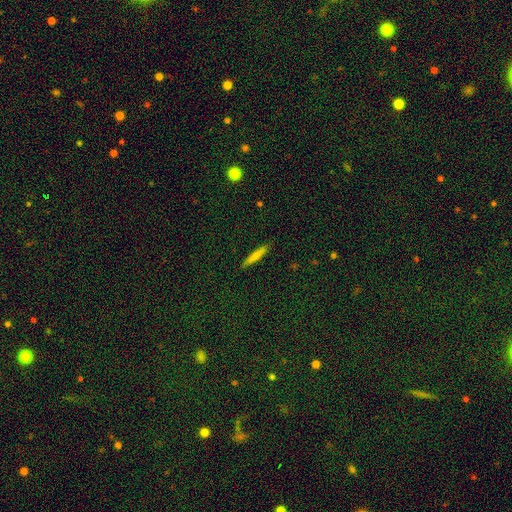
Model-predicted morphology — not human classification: Smooth or featured?
  - smooth: 68% *
  - featured or disk: 23%
  - star or artifact: 9%
How rounded?
  - cigar-shaped: 92% *
  - in between: 6%
  - round: 2%
Merging?
  - none: 89% *
  - minor disturbance: 8%
  - major disturbance: 2%
  - merger: 1%